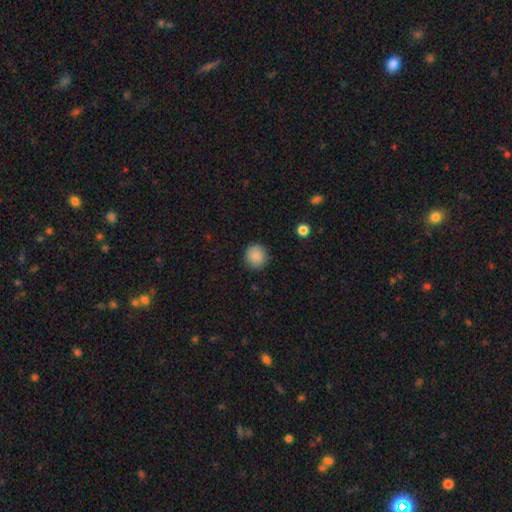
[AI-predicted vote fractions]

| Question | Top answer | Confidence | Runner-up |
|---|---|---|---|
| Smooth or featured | smooth | 88% | star or artifact (9%) |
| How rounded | round | 91% | in between (8%) |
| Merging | none | 90% | minor disturbance (7%) |